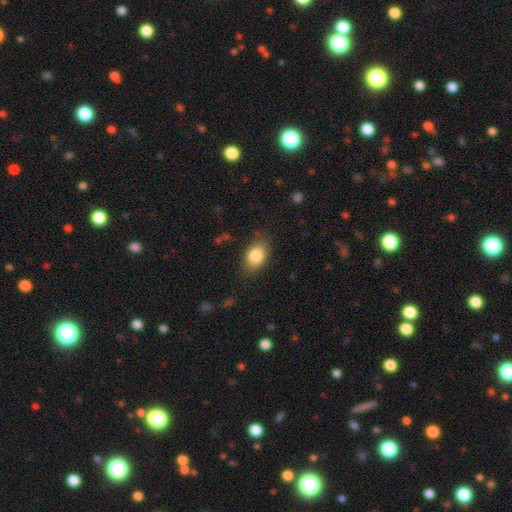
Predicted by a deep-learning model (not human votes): This is clearly a smooth galaxy (84%). How rounded: clearly in between (87%). Merging: clearly none (81%).